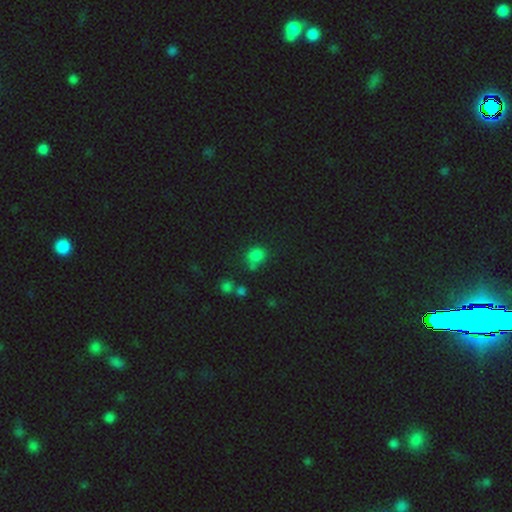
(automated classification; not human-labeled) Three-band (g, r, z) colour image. It shows a smooth galaxy with no disk features (74%) that is round (66%). Merging: none (57%).